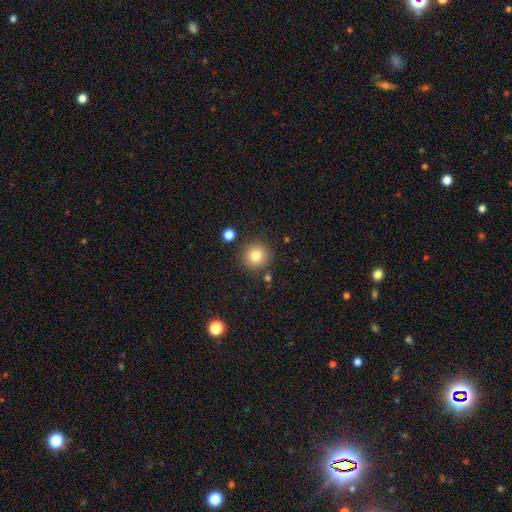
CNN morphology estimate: smooth_or_featured: smooth (p=0.80) [alt: star or artifact p=0.12]
how_rounded: round (p=0.93) [alt: in between p=0.06]
merging: none (p=0.86) [alt: minor disturbance p=0.08]